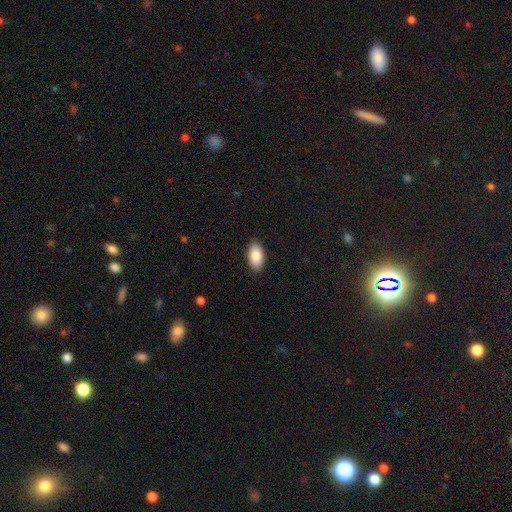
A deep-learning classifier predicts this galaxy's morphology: Smooth or featured? smooth (87%)
How rounded? in between (95%)
Merging? none (89%)